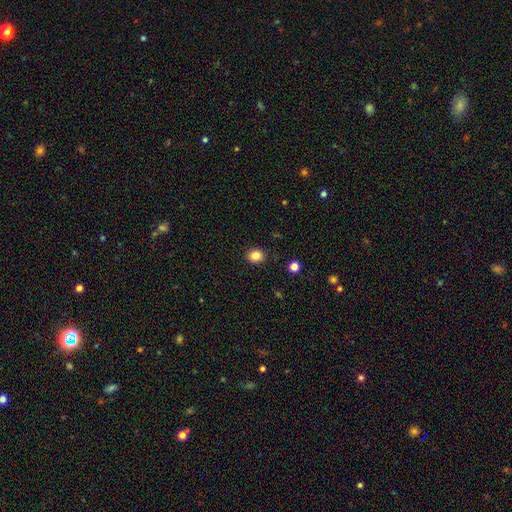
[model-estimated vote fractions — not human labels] smooth-or-featured: smooth: 84% | star or artifact: 11% | featured or disk: 5%
  how-rounded: round: 69% | in between: 30% | cigar-shaped: 1%
  merging: none: 91% | minor disturbance: 6% | major disturbance: 2% | merger: 1%